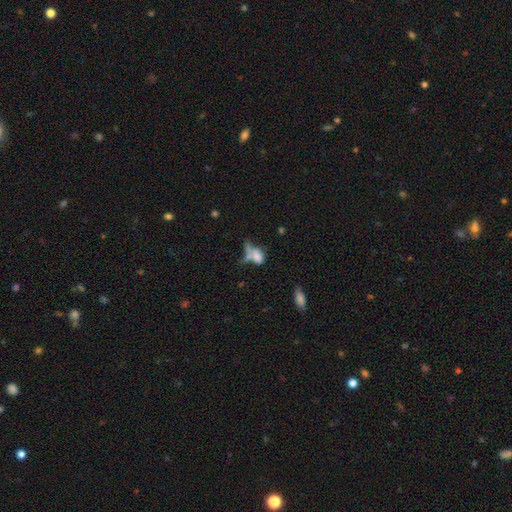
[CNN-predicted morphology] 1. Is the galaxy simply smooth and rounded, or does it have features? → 66% smooth, 22% featured or disk, 12% star or artifact.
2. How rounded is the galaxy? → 74% in between, 14% round, 12% cigar-shaped.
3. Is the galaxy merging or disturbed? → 43% merger, 27% none, 17% major disturbance, 14% minor disturbance.